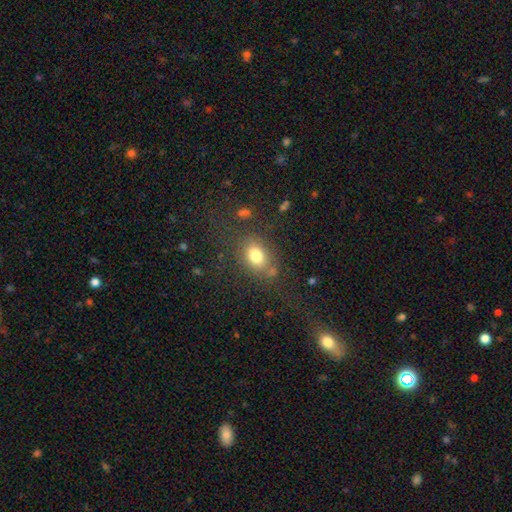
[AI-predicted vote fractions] Smooth or featured? smooth (77%)
How rounded? in between (68%)
Merging? none (70%)